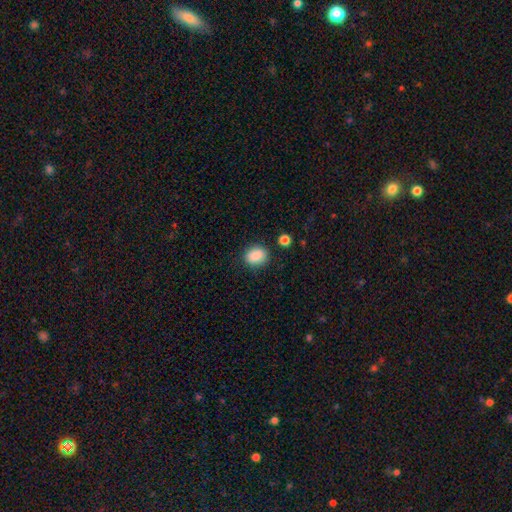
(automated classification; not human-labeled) Q: Smooth or featured?
A: smooth (88%); runner-up: star or artifact (9%)
Q: How rounded?
A: in between (51%); runner-up: round (47%)
Q: Merging?
A: none (84%); runner-up: minor disturbance (11%)